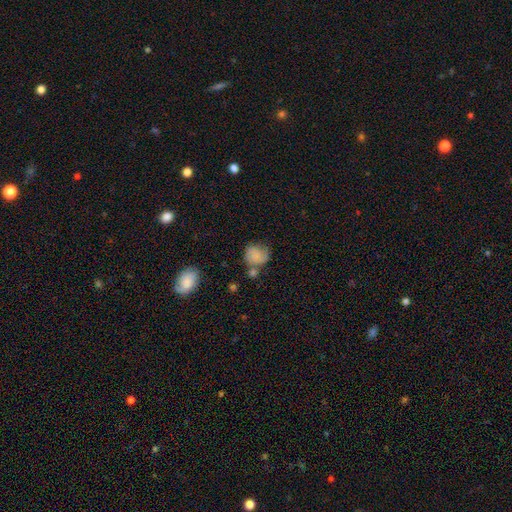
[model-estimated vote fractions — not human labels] The model was most divided on "merging": none: 48%, minor disturbance: 24%, merger: 17%, major disturbance: 11%. More confident: how rounded — round (73%); smooth or featured — smooth (67%).